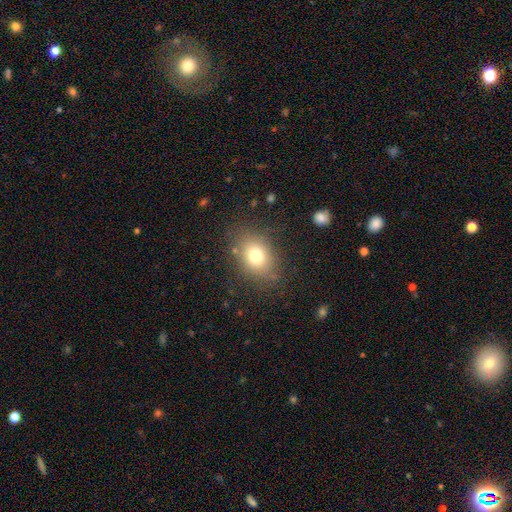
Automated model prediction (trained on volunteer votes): Morphology: type=smooth (76%); roundness=in between (63%); merging=none (79%).